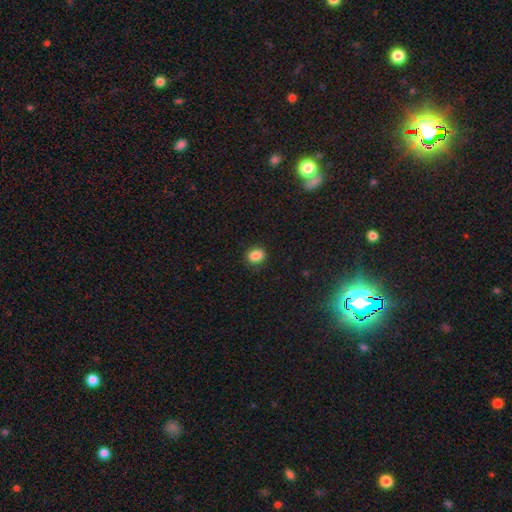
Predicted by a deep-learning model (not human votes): Q: Smooth or featured?
A: smooth (86%); runner-up: star or artifact (10%)
Q: How rounded?
A: round (51%); runner-up: in between (48%)
Q: Merging?
A: none (88%); runner-up: minor disturbance (9%)